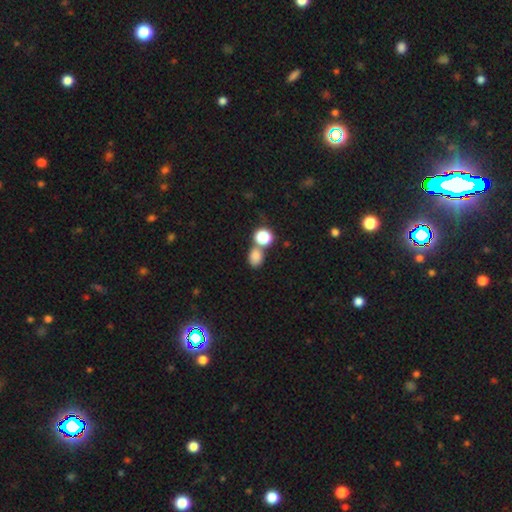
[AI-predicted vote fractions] Q: Smooth or featured?
A: smooth (78%); runner-up: star or artifact (15%)
Q: How rounded?
A: in between (52%); runner-up: round (47%)
Q: Merging?
A: none (54%); runner-up: merger (30%)